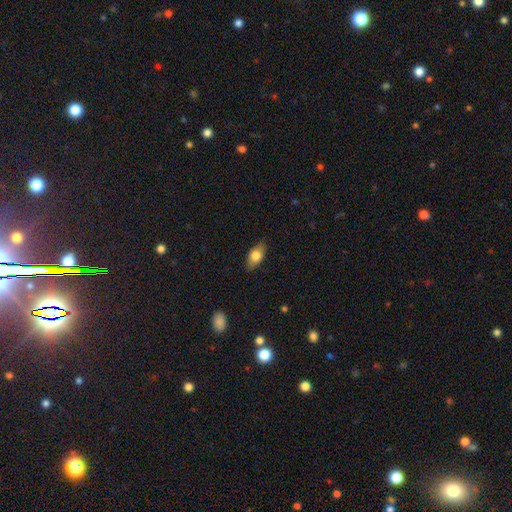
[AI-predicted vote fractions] smooth 75%, featured or disk 18%, star or artifact 7%. Down the decision tree: how rounded — in between (86%); merging — none (84%).